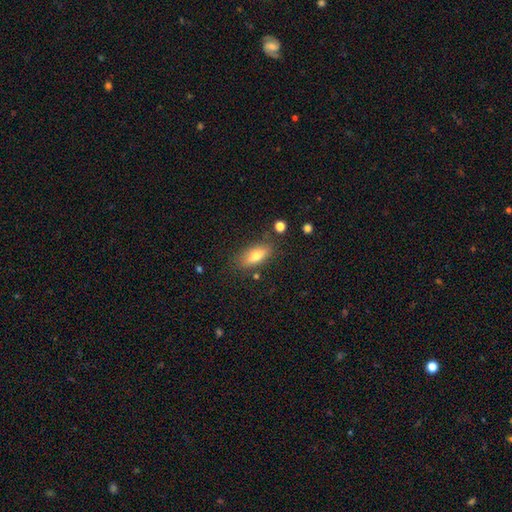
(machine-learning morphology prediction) A smooth galaxy with no disk features (70%) that is in between round and cigar-shaped (71%).

Vote fractions:
- Smooth or featured? smooth: 70% / featured or disk: 22% / star or artifact: 8%
- How rounded? in between: 71% / cigar-shaped: 26% / round: 3%
- Merging? none: 78% / minor disturbance: 14% / major disturbance: 4% / merger: 4%